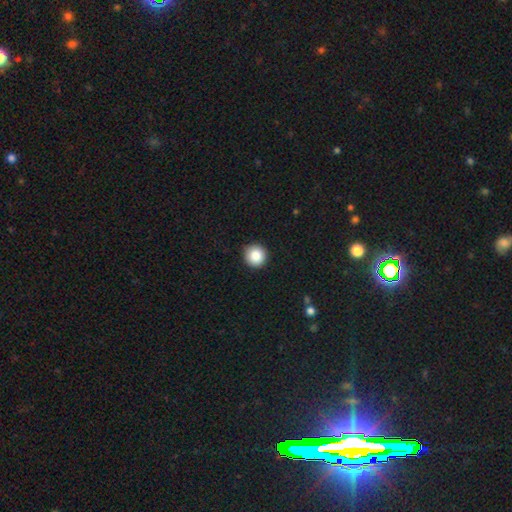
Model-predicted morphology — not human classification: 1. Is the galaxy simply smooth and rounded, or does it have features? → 87% smooth, 9% star or artifact, 4% featured or disk.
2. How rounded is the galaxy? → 95% round, 4% in between, 1% cigar-shaped.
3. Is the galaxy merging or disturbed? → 91% none, 6% minor disturbance, 2% major disturbance, 1% merger.